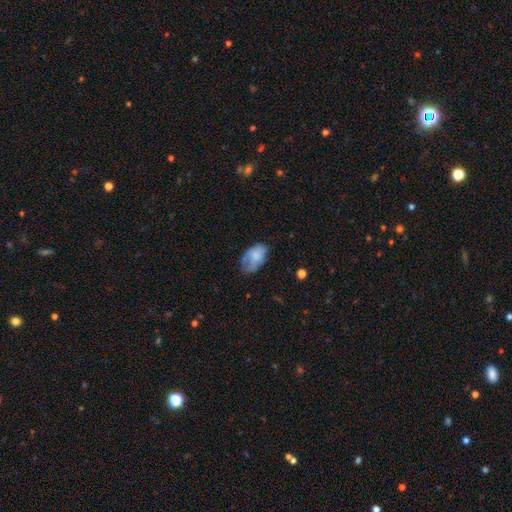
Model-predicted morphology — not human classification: The model was most divided on "merging": none: 45%, minor disturbance: 34%, major disturbance: 19%, merger: 2%. More confident: how rounded — in between (91%); smooth or featured — smooth (68%).